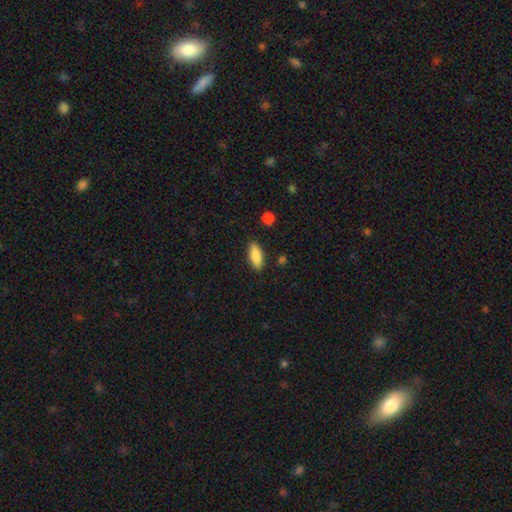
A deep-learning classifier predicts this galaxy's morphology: A smooth galaxy with no disk features (88%) that is in between round and cigar-shaped (79%).

Vote fractions:
- Smooth or featured? smooth: 88% / star or artifact: 6% / featured or disk: 6%
- How rounded? in between: 79% / cigar-shaped: 19% / round: 2%
- Merging? none: 87% / minor disturbance: 9% / major disturbance: 2% / merger: 2%